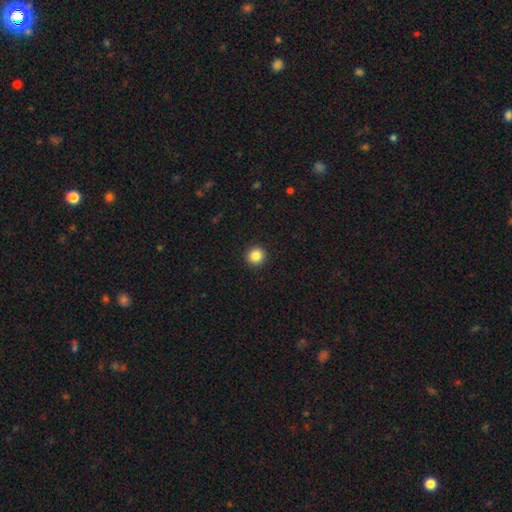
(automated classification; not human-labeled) smooth 86%, star or artifact 10%, featured or disk 4%. Down the decision tree: how rounded — round (96%); merging — none (93%).